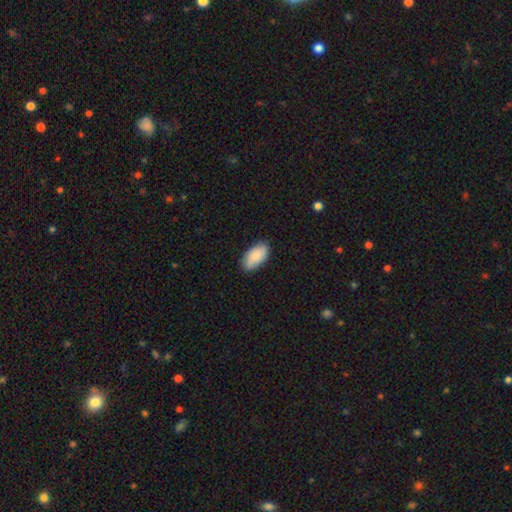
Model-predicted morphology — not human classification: This is clearly a smooth galaxy (85%). How rounded: clearly in between (94%). Merging: clearly none (84%).